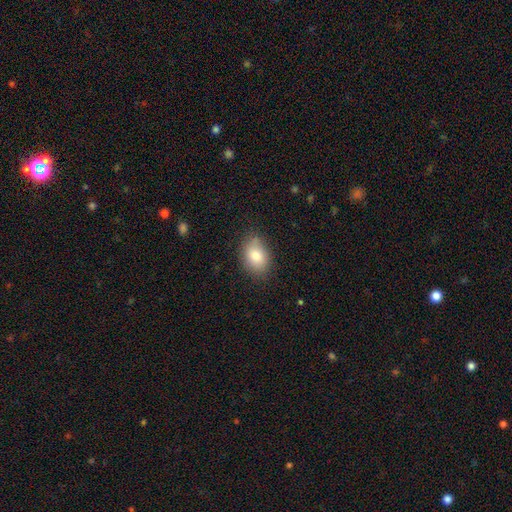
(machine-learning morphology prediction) smooth-or-featured: smooth: 82% | featured or disk: 10% | star or artifact: 8%
  how-rounded: in between: 79% | round: 20% | cigar-shaped: 1%
  merging: none: 79% | minor disturbance: 16% | major disturbance: 3% | merger: 2%